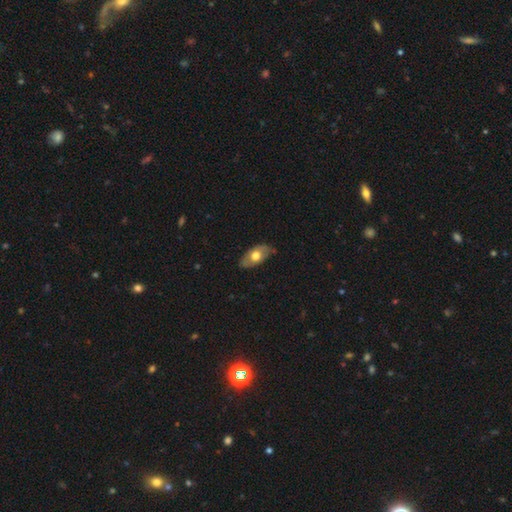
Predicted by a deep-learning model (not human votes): Smooth or featured? smooth (56%)
How rounded? in between (91%)
Merging? none (77%)